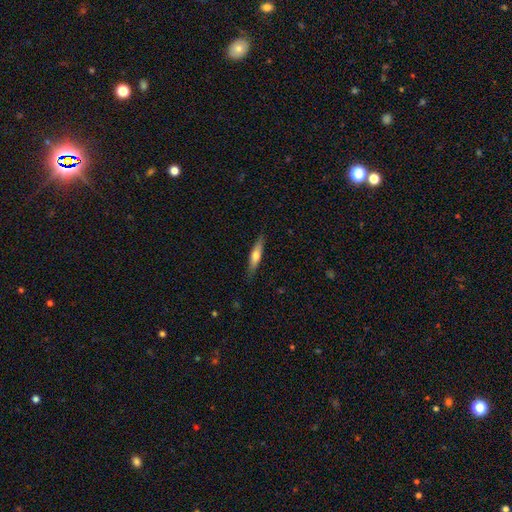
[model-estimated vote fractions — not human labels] Smooth or featured? smooth (56%)
How rounded? cigar-shaped (82%)
Merging? none (86%)